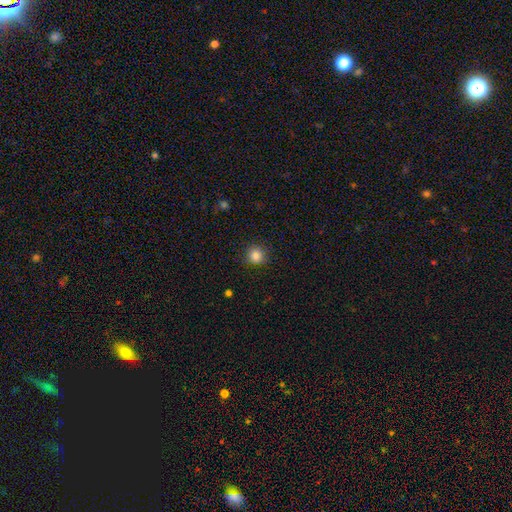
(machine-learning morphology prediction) A smooth galaxy with no disk features (85%) that is round (93%).

Vote fractions:
- Smooth or featured? smooth: 85% / star or artifact: 11% / featured or disk: 4%
- How rounded? round: 93% / in between: 6% / cigar-shaped: 1%
- Merging? none: 88% / minor disturbance: 9% / major disturbance: 2% / merger: 1%